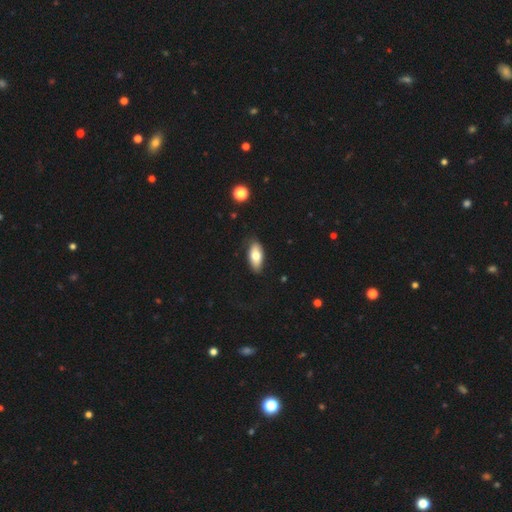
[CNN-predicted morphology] Smooth or featured?
  - smooth: 74% *
  - featured or disk: 19%
  - star or artifact: 6%
How rounded?
  - in between: 88% *
  - cigar-shaped: 9%
  - round: 3%
Merging?
  - none: 84% *
  - minor disturbance: 12%
  - major disturbance: 2%
  - merger: 1%